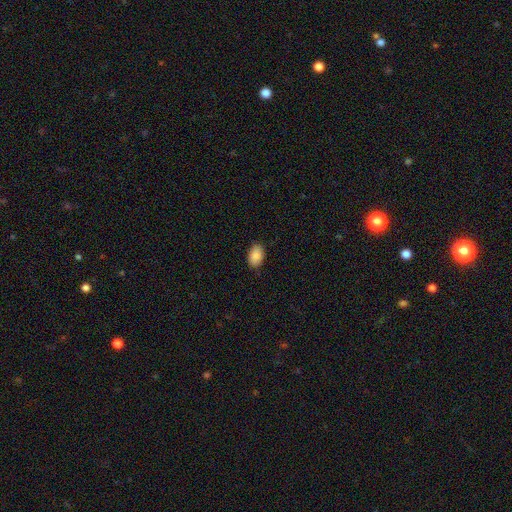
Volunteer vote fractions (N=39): A smooth galaxy with no disk features (97%) that is in between round and cigar-shaped (92%). Merging: none (90%).